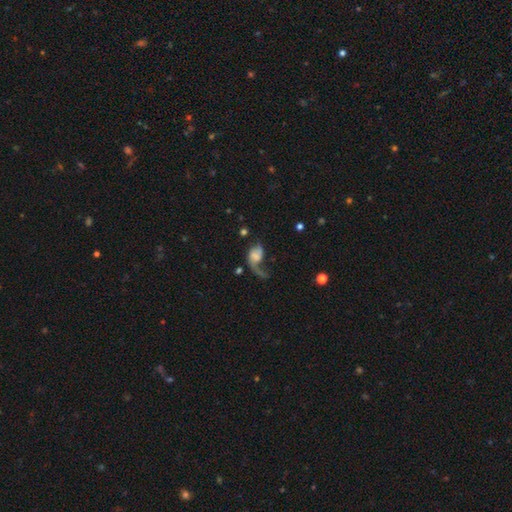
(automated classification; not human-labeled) Overall: featured or disk (54%; smooth 36%). Edge-on disk: no (97%). Bar: no (69%). Spiral arms: yes (77%). Bulge size: none (43%; small 26%). Merging: major disturbance (55%; none 21%).